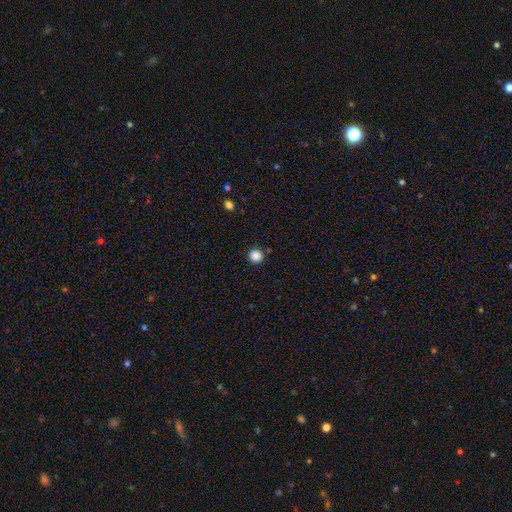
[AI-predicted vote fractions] Smooth or featured? Predicted: smooth (p=0.86). How rounded? Predicted: round (p=0.94). Merging? Predicted: none (p=0.89).